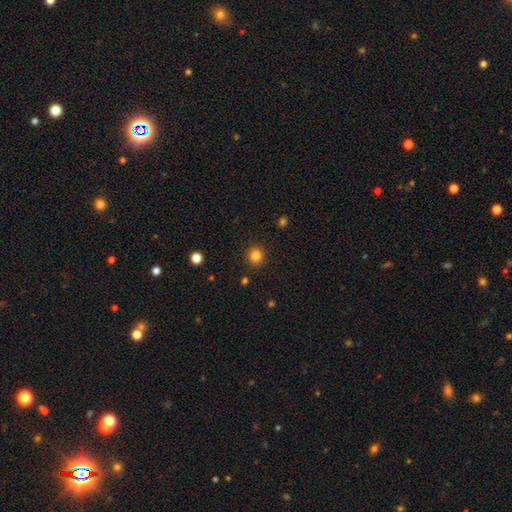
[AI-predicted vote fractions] The model was most divided on "smooth or featured": smooth: 83%, star or artifact: 13%, featured or disk: 4%. More confident: merging — none (90%); how rounded — round (89%).